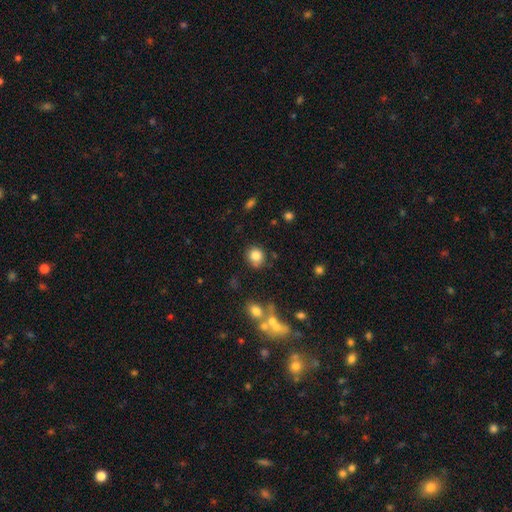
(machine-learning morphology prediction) This is clearly a smooth galaxy (83%). How rounded: likely round (79%). Merging: likely none (77%).